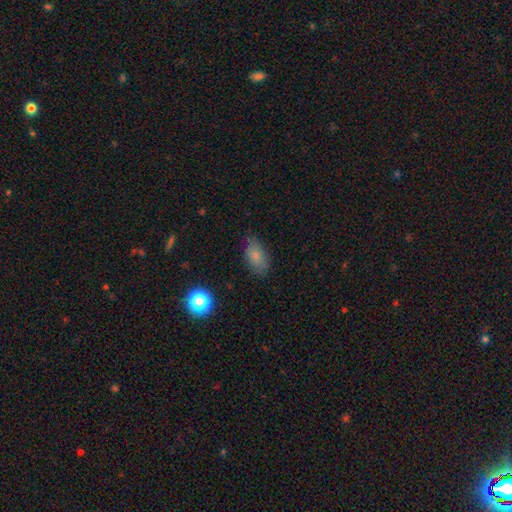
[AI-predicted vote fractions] This appears to be a smooth galaxy with no disk features (80%) that is in between round and cigar-shaped (90%). Merging: none (77%).